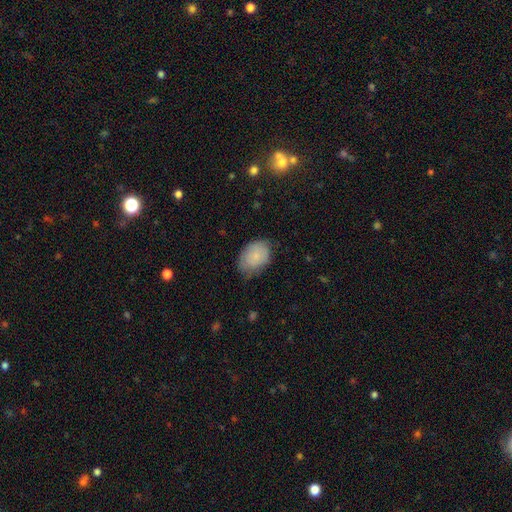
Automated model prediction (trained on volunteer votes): This is clearly a smooth galaxy (82%). How rounded: likely in between (78%). Merging: possibly none (59%).